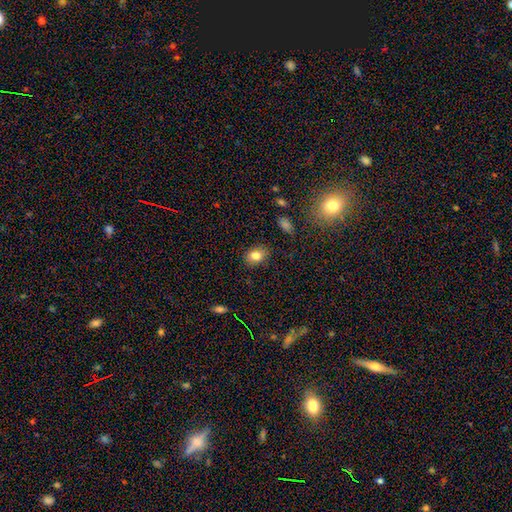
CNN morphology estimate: smooth 81%, star or artifact 10%, featured or disk 9%. Down the decision tree: how rounded — in between (69%); merging — none (84%).